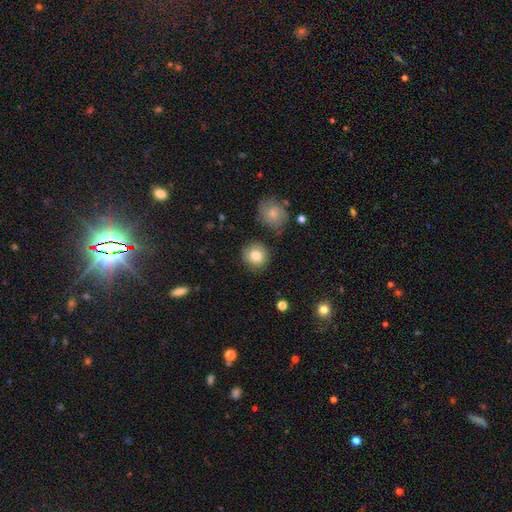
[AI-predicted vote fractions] Morphology: type=smooth (81%); roundness=round (91%); merging=none (80%).